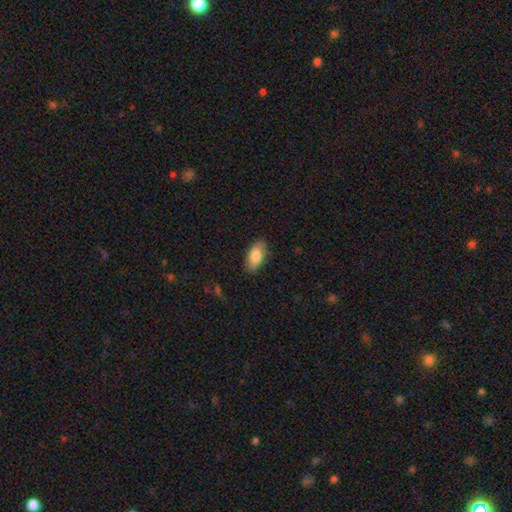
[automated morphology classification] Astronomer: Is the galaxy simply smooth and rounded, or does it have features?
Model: smooth — 81%.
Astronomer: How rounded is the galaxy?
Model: in between — 91%.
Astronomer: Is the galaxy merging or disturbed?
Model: none — 86%.